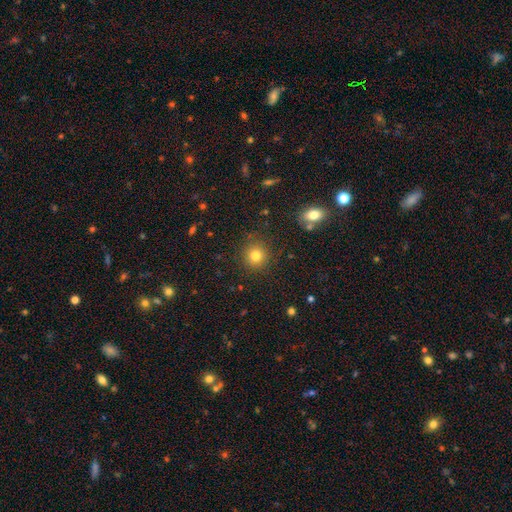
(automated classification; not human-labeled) Smooth or featured?
  - smooth: 80% *
  - star or artifact: 14%
  - featured or disk: 6%
How rounded?
  - round: 91% *
  - in between: 8%
  - cigar-shaped: 1%
Merging?
  - none: 88% *
  - minor disturbance: 7%
  - major disturbance: 3%
  - merger: 2%